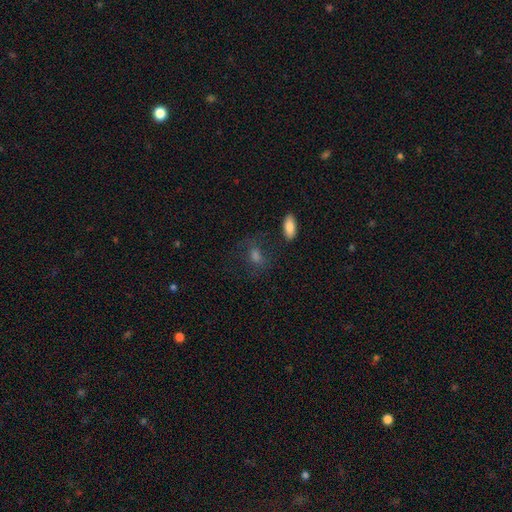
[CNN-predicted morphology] Q: Smooth or featured?
A: smooth (53%); runner-up: featured or disk (25%)
Q: How rounded?
A: in between (60%); runner-up: round (33%)
Q: Merging?
A: none (65%); runner-up: minor disturbance (17%)